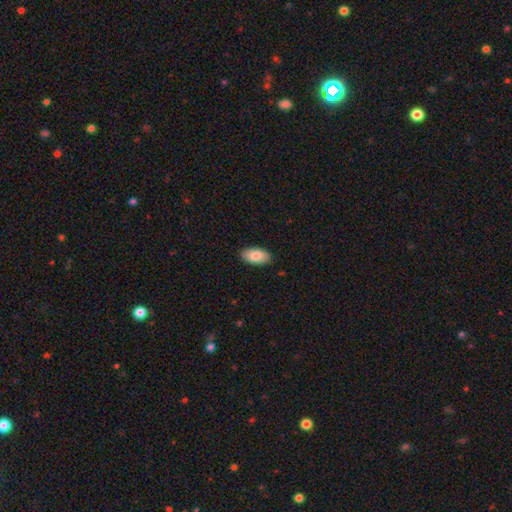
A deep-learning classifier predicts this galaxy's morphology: Smooth or featured? smooth (86%)
How rounded? in between (95%)
Merging? none (88%)